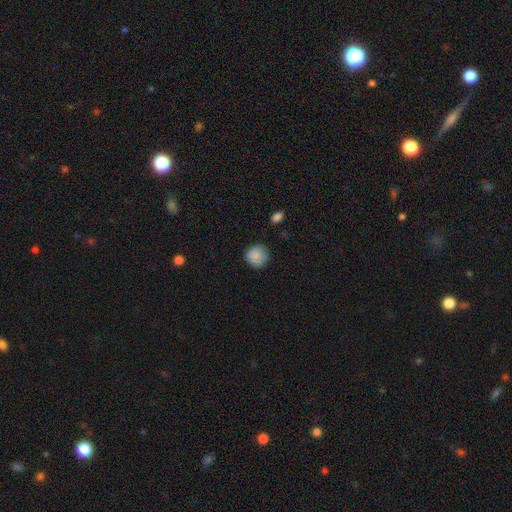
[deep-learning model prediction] A smooth galaxy with no disk features (86%) that is round (91%). Merging: none (80%).